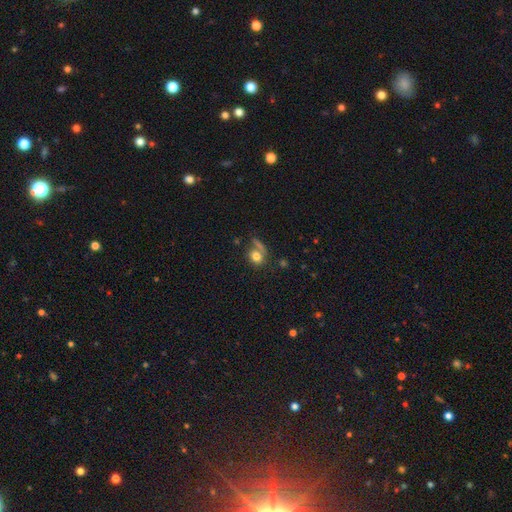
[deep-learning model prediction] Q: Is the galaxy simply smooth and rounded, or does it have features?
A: smooth — 76%.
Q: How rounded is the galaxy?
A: round — 52%.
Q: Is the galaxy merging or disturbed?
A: none — 50%.